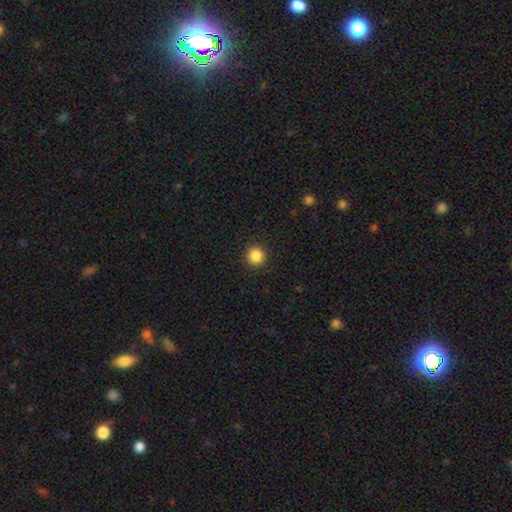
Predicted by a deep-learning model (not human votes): Smooth or featured: smooth — 87% (star or artifact — 10%)
How rounded: round — 95% (in between — 4%)
Merging: none — 92% (minor disturbance — 5%)